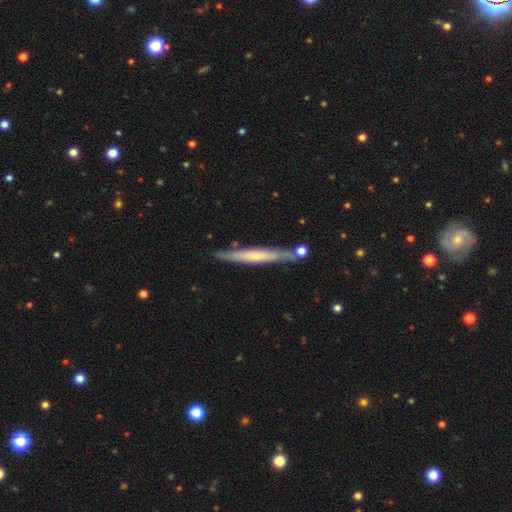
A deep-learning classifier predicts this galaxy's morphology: Smooth or featured? Predicted: featured or disk (p=0.52). Edge-on disk? Predicted: yes (p=0.93). Merging? Predicted: none (p=0.80).